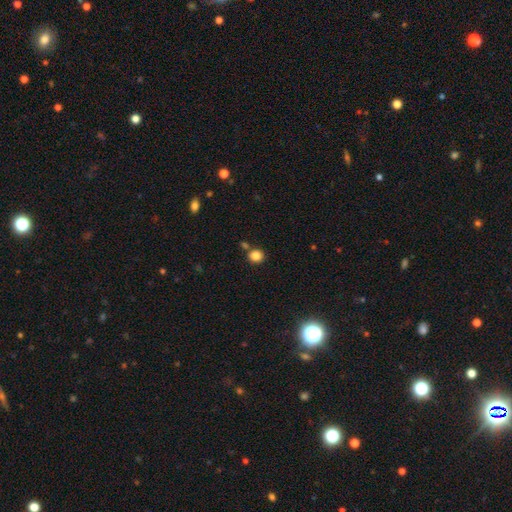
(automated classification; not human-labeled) The model was most divided on "merging": none: 76%, merger: 12%, minor disturbance: 9%, major disturbance: 3%. More confident: how rounded — round (86%); smooth or featured — smooth (84%).